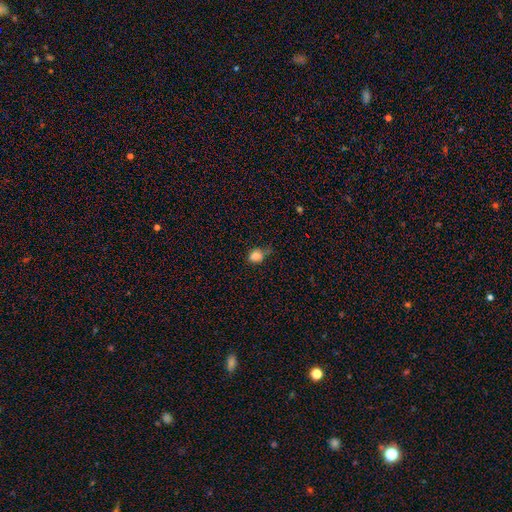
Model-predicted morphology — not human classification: Smooth or featured? smooth (82%)
How rounded? round (61%)
Merging? none (55%)